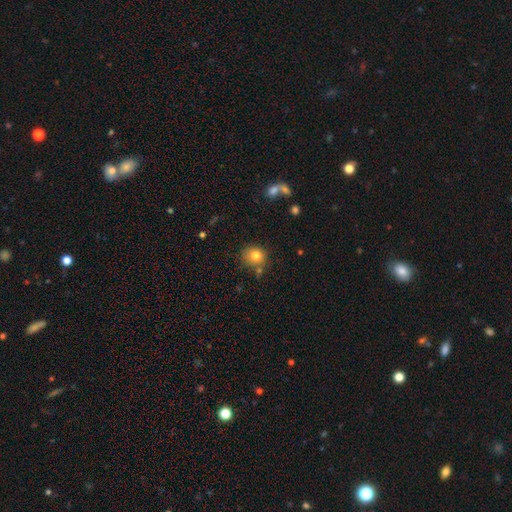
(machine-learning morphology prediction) Q: Smooth or featured?
A: smooth (79%); runner-up: star or artifact (12%)
Q: How rounded?
A: round (79%); runner-up: in between (20%)
Q: Merging?
A: none (69%); runner-up: minor disturbance (17%)